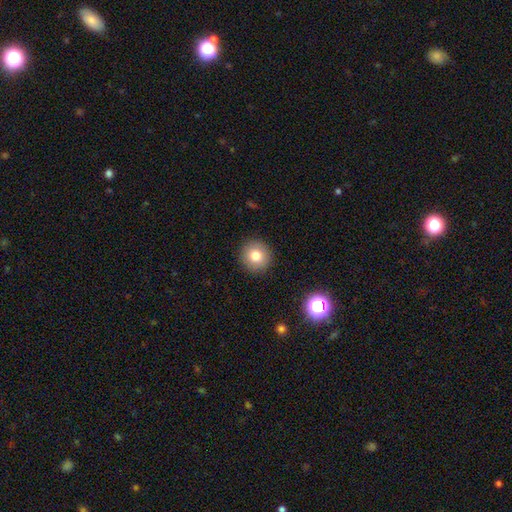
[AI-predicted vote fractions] smooth 78%, star or artifact 11%, featured or disk 11%. Down the decision tree: how rounded — round (94%); merging — none (91%).